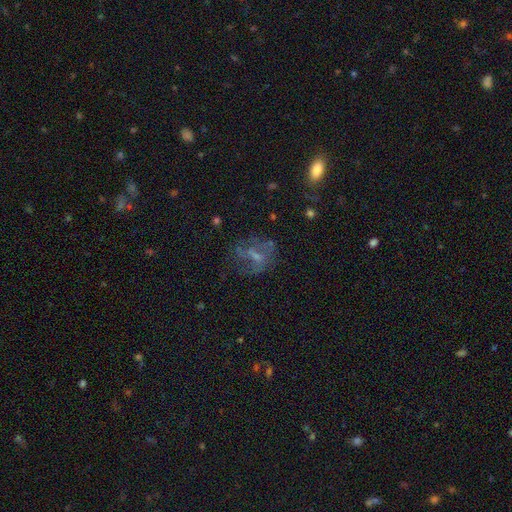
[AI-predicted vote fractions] smooth-or-featured: featured or disk: 54% | smooth: 29% | star or artifact: 17%
  disk-edge-on: no: 96% | yes: 4%
    bar: no: 47% | weak: 39% | strong: 14%
    has-spiral-arms: no: 58% | yes: 42%
    bulge-size: small: 39% | none: 33% | moderate: 24% | large: 3% | dominant: 1%
  merging: none: 48% | major disturbance: 29% | minor disturbance: 19% | merger: 4%